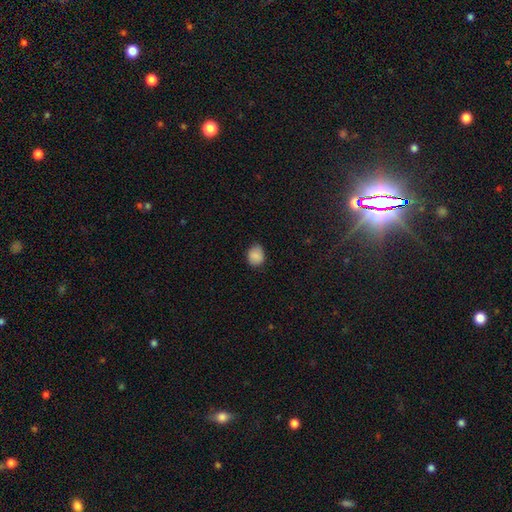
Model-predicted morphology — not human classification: Smooth or featured? smooth (86%)
How rounded? round (56%)
Merging? none (73%)